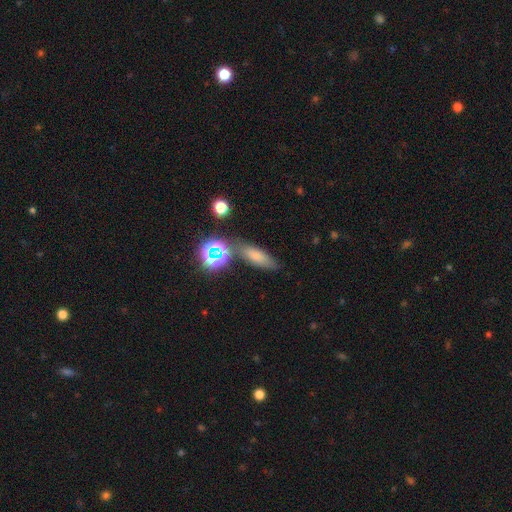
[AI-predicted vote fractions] This appears to be a smooth galaxy with no disk features (67%) that is in between round and cigar-shaped (52%). Merging: none (70%).